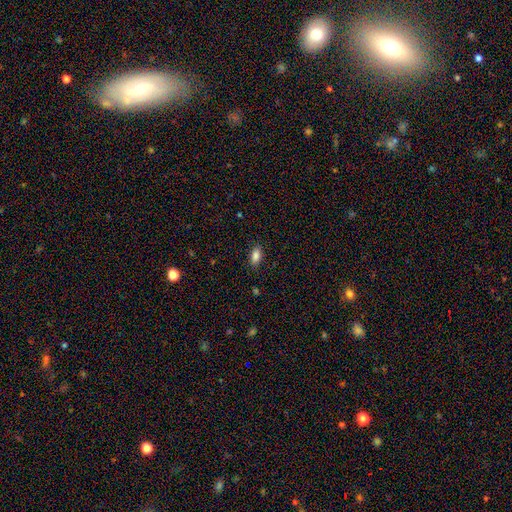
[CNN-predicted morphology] smooth_or_featured: smooth (p=0.86) [alt: star or artifact p=0.08]
how_rounded: in between (p=0.88) [alt: cigar-shaped p=0.09]
merging: none (p=0.87) [alt: minor disturbance p=0.09]